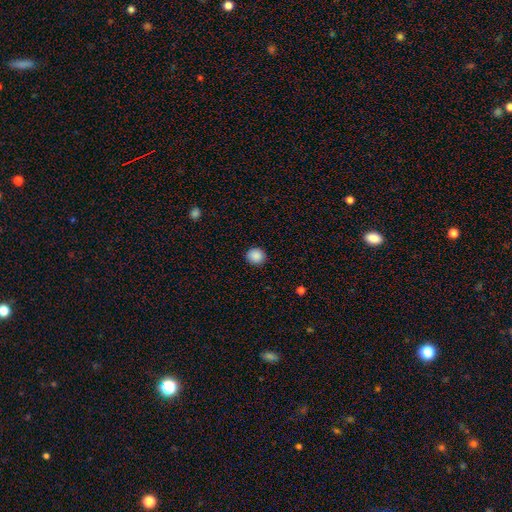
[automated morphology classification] Smooth or featured? Predicted: smooth (p=0.88). How rounded? Predicted: round (p=0.84). Merging? Predicted: none (p=0.91).